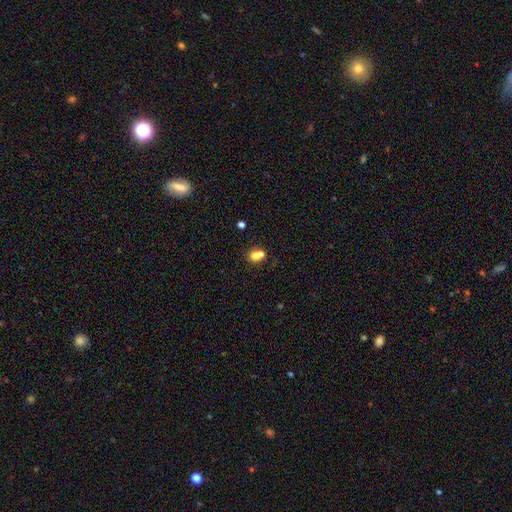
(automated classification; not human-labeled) smooth_or_featured: smooth (p=0.74) [alt: featured or disk p=0.14]
how_rounded: round (p=0.67) [alt: in between p=0.32]
merging: merger (p=0.49) [alt: none p=0.39]